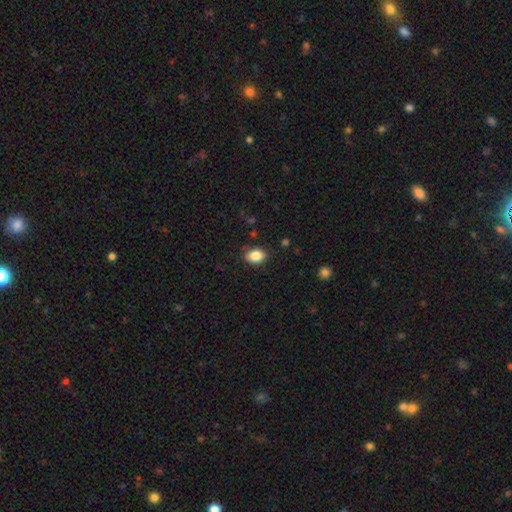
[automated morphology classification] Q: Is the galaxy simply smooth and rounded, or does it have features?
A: smooth — 86%.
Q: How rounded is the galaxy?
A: in between — 80%.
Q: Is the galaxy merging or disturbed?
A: none — 83%.